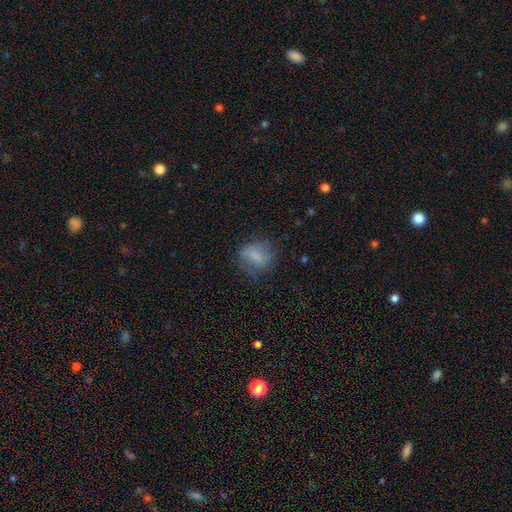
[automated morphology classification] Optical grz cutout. It shows a smooth galaxy with no disk features (65%) that is round (56%). Merging: none (57%).